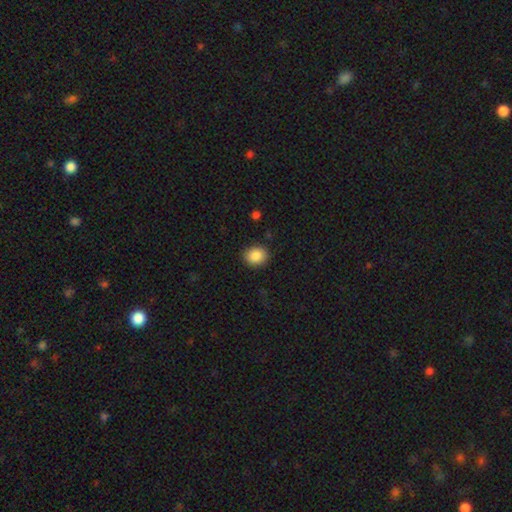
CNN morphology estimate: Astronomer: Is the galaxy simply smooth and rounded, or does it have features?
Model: smooth — 88%.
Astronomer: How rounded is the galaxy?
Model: round — 70%.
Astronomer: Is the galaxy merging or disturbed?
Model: none — 88%.